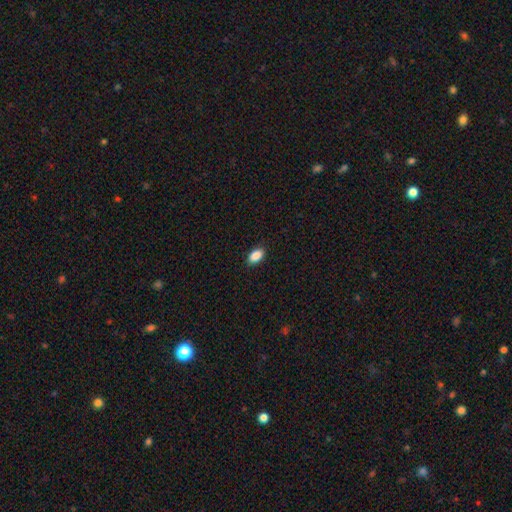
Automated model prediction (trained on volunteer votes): smooth_or_featured: smooth (p=0.89) [alt: star or artifact p=0.08]
how_rounded: in between (p=0.92) [alt: round p=0.06]
merging: none (p=0.89) [alt: minor disturbance p=0.08]